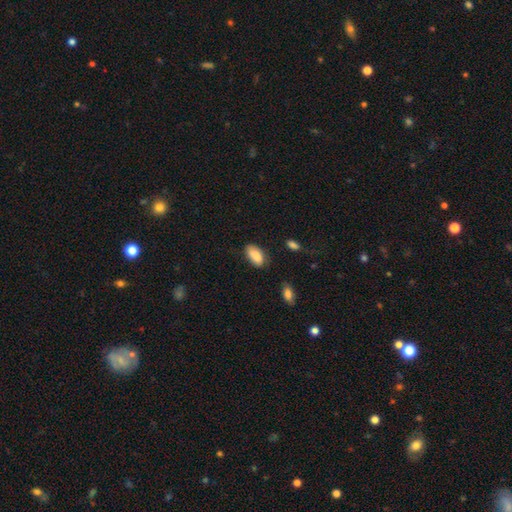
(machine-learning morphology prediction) Overall: smooth (88%). How rounded: in between (93%). Merging: none (74%).